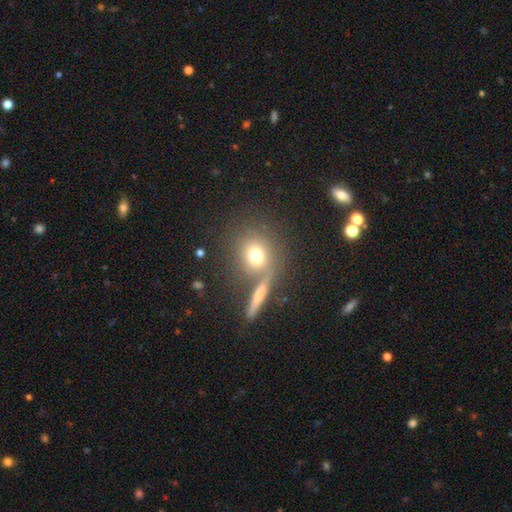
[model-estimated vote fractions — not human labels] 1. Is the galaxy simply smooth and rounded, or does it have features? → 72% smooth, 15% featured or disk, 13% star or artifact.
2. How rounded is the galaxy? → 78% round, 19% in between, 3% cigar-shaped.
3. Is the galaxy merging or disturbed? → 64% none, 20% merger, 10% minor disturbance, 6% major disturbance.